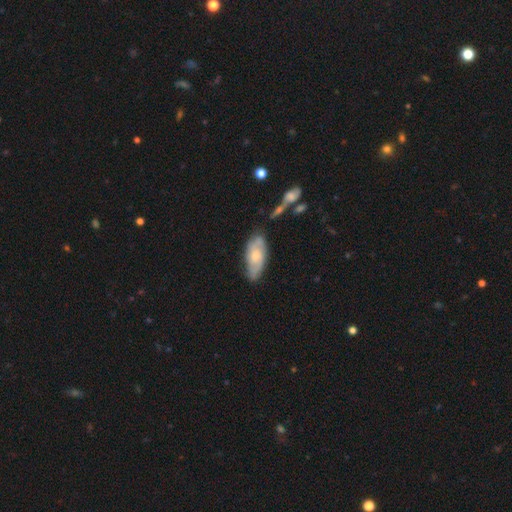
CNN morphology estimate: Q: Smooth or featured?
A: smooth (49%); runner-up: featured or disk (45%)
Q: Merging?
A: none (67%); runner-up: minor disturbance (24%)